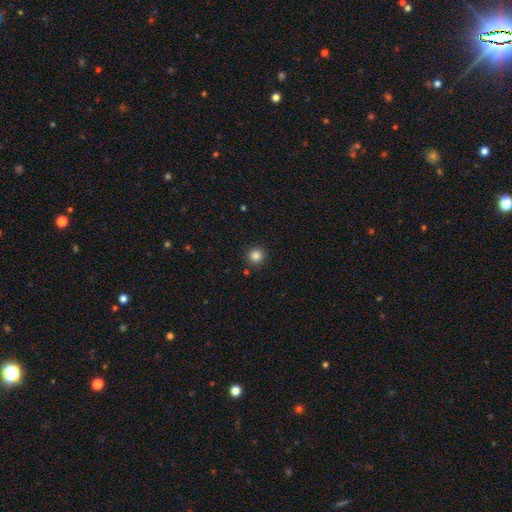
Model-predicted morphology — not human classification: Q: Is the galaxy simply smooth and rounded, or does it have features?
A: smooth — 85%.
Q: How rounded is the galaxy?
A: round — 95%.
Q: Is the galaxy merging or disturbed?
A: none — 90%.